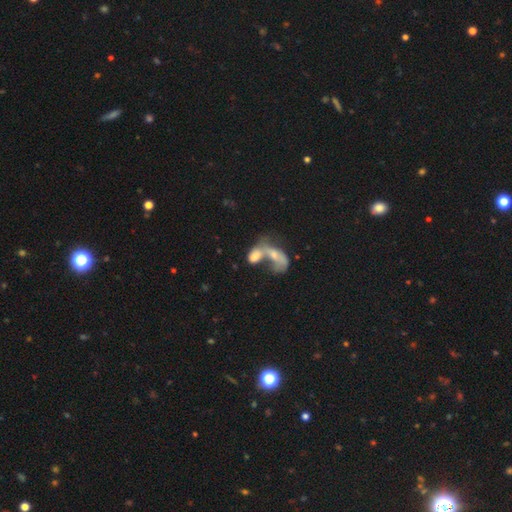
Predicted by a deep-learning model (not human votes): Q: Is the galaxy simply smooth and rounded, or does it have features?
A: smooth — 57%.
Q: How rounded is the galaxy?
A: in between — 84%.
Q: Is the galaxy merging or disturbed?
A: merger — 74%.